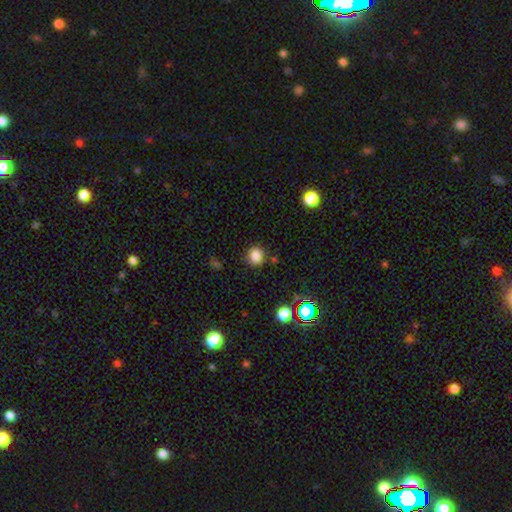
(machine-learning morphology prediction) Smooth or featured? Predicted: smooth (p=0.83). How rounded? Predicted: round (p=0.80). Merging? Predicted: none (p=0.85).